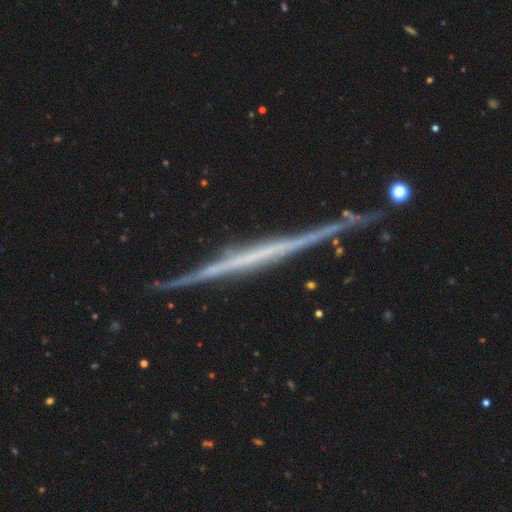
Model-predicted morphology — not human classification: Smooth or featured?
  - featured or disk: 78% *
  - smooth: 15%
  - star or artifact: 8%
Edge-on disk?
  - yes: 97% *
  - no: 3%
Edge-on bulge?
  - none: 87% *
  - rounded: 7%
  - boxy: 7%
Merging?
  - none: 83% *
  - minor disturbance: 12%
  - major disturbance: 3%
  - merger: 2%